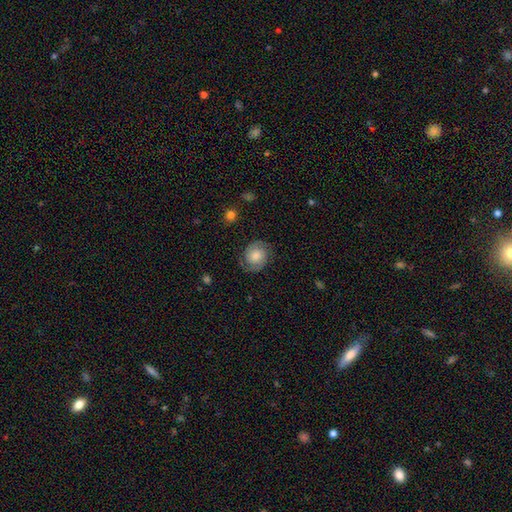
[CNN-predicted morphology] featured or disk 68%, smooth 24%, star or artifact 8%. Down the decision tree: edge-on disk — no (98%); bar — no (70%); spiral arms — yes (94%); spiral arm count — 2 (89%); spiral winding — tight (48%); bulge size — moderate (45%); merging — none (80%).